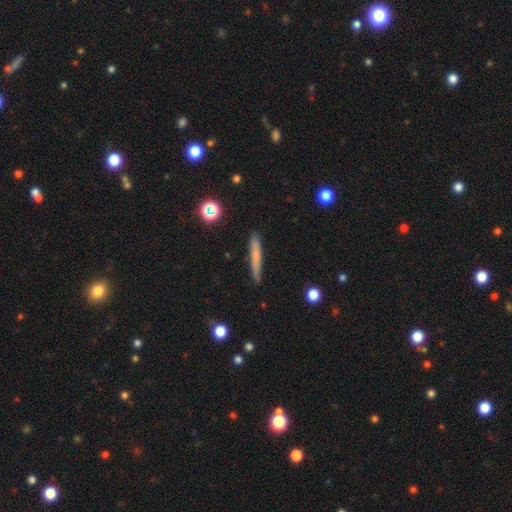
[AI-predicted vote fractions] smooth 65%, featured or disk 27%, star or artifact 8%. Down the decision tree: how rounded — cigar-shaped (95%); merging — none (88%).